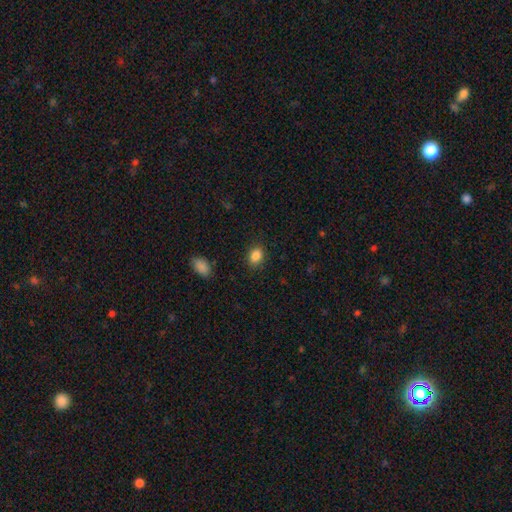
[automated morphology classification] This is clearly a smooth galaxy (86%). How rounded: likely in between (61%). Merging: clearly none (85%).